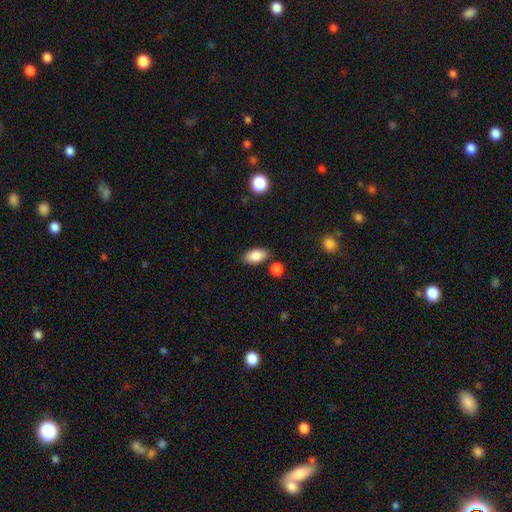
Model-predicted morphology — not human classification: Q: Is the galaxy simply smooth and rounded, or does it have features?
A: smooth — 87%.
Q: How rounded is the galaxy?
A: in between — 91%.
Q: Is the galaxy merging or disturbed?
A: none — 80%.